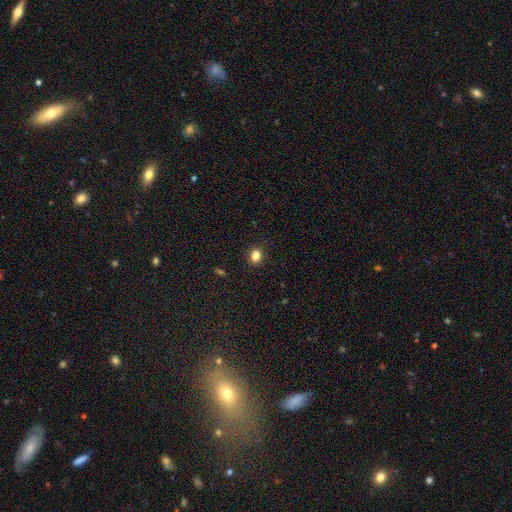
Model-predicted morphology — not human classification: Smooth or featured? Predicted: smooth (p=0.84). How rounded? Predicted: round (p=0.55). Merging? Predicted: none (p=0.90).